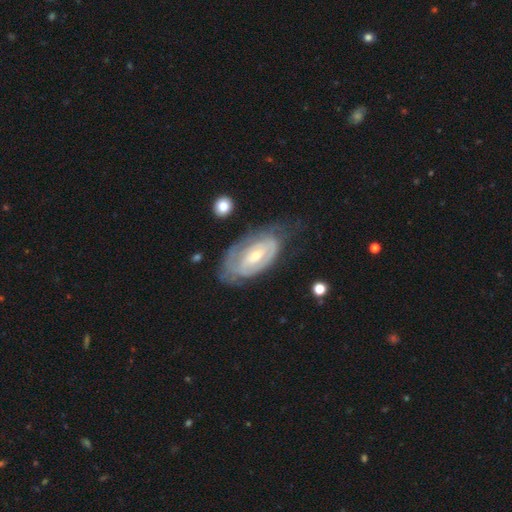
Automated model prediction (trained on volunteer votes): Smooth or featured: featured or disk — 77% (smooth — 17%)
Edge-on disk: no — 93% (yes — 7%)
Bar: no — 42% (weak — 39%)
Spiral arms: yes — 74% (no — 26%)
Spiral winding: tight — 65% (medium — 25%)
Spiral arm count: can't tell — 49% (2 — 34%)
Bulge size: small — 58% (moderate — 38%)
Merging: none — 53% (minor disturbance — 27%)